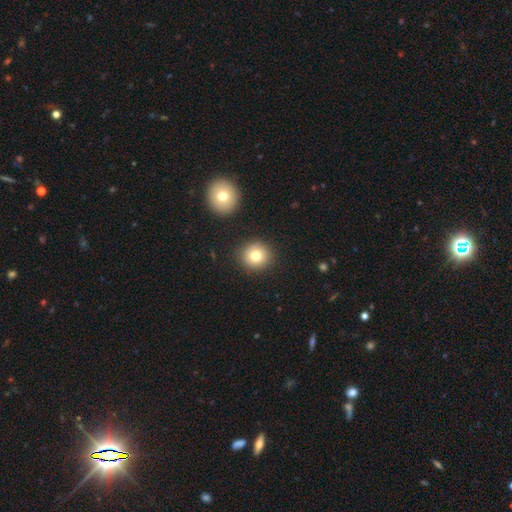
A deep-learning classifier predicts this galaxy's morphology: Smooth or featured? Predicted: smooth (p=0.77). How rounded? Predicted: round (p=0.90). Merging? Predicted: none (p=0.88).